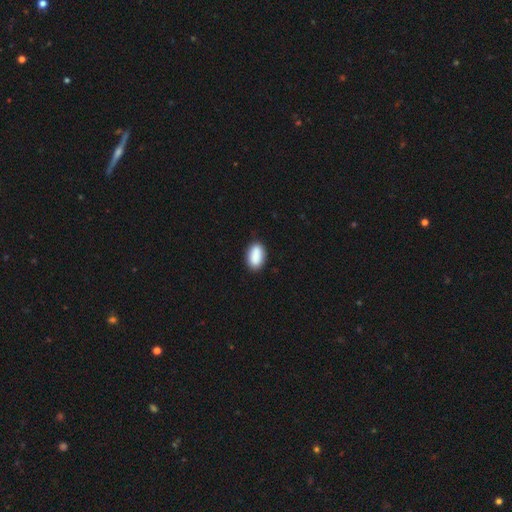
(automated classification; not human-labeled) A smooth galaxy with no disk features (88%) that is in between round and cigar-shaped (91%).

Vote fractions:
- Smooth or featured? smooth: 88% / star or artifact: 7% / featured or disk: 5%
- How rounded? in between: 91% / round: 7% / cigar-shaped: 2%
- Merging? none: 84% / minor disturbance: 12% / major disturbance: 2% / merger: 2%